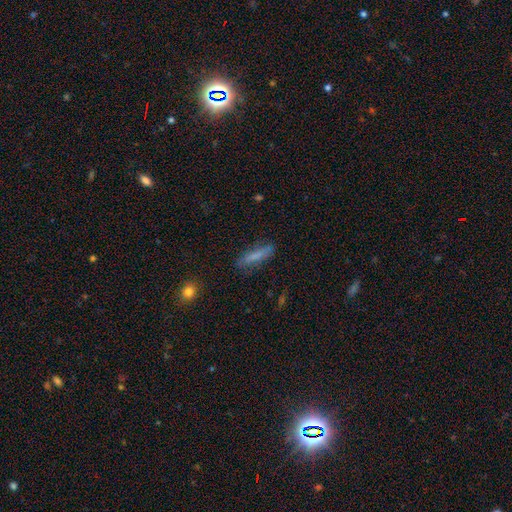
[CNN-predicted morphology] This is likely a smooth galaxy (71%). How rounded: likely cigar-shaped (76%). Merging: likely none (80%).